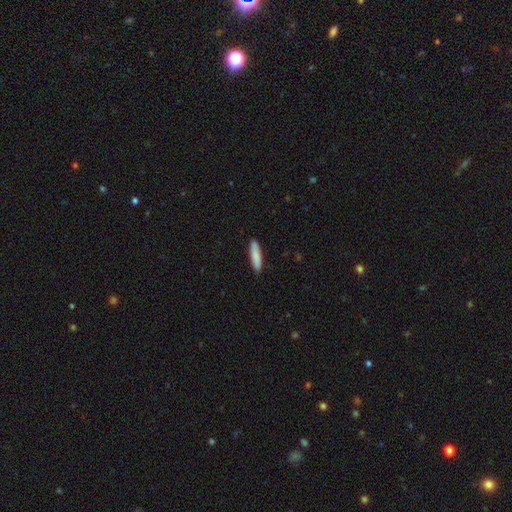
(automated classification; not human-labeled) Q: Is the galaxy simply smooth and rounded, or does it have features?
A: smooth — 86%.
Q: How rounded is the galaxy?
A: cigar-shaped — 78%.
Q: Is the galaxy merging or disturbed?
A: none — 90%.